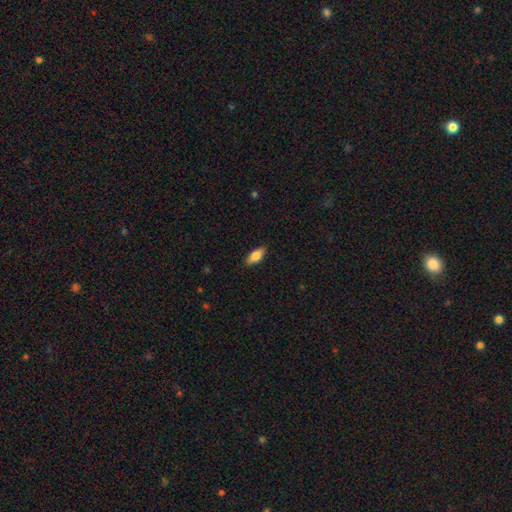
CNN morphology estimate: A smooth galaxy with no disk features (77%) that is in between round and cigar-shaped (81%).

Vote fractions:
- Smooth or featured? smooth: 77% / featured or disk: 17% / star or artifact: 7%
- How rounded? in between: 81% / cigar-shaped: 16% / round: 3%
- Merging? none: 86% / minor disturbance: 11% / major disturbance: 2% / merger: 1%